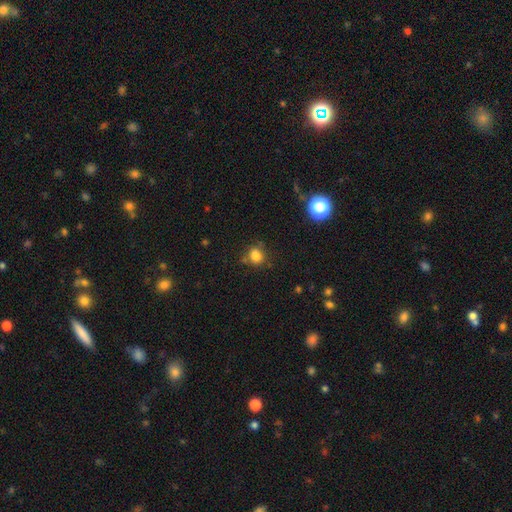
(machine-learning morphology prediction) This appears to be a smooth galaxy with no disk features (79%) that is round (62%). Merging: none (66%).